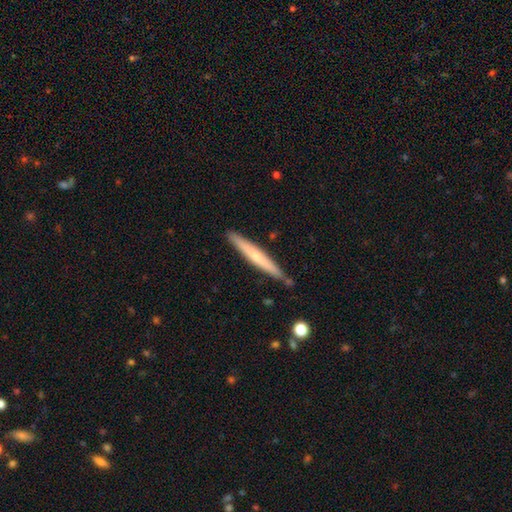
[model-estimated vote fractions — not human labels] smooth-or-featured: smooth: 52% | featured or disk: 43% | star or artifact: 6%
  how-rounded: cigar-shaped: 96% | in between: 3% | round: 1%
  merging: none: 87% | minor disturbance: 9% | merger: 2% | major disturbance: 2%